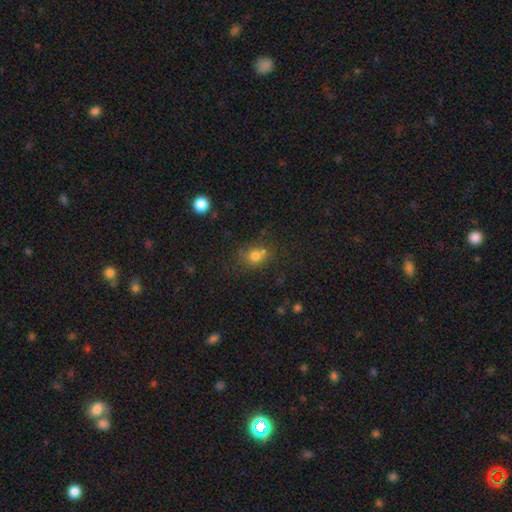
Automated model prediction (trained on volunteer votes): smooth 75%, star or artifact 14%, featured or disk 11%. Down the decision tree: how rounded — round (58%); merging — none (50%).